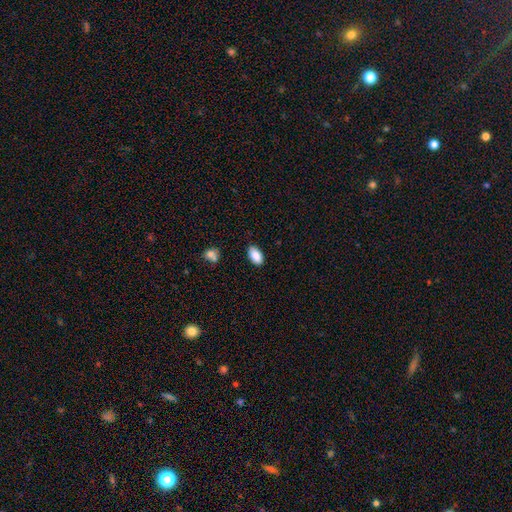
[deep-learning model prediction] Smooth or featured: smooth — 89% (star or artifact — 7%)
How rounded: in between — 94% (round — 3%)
Merging: none — 85% (minor disturbance — 11%)